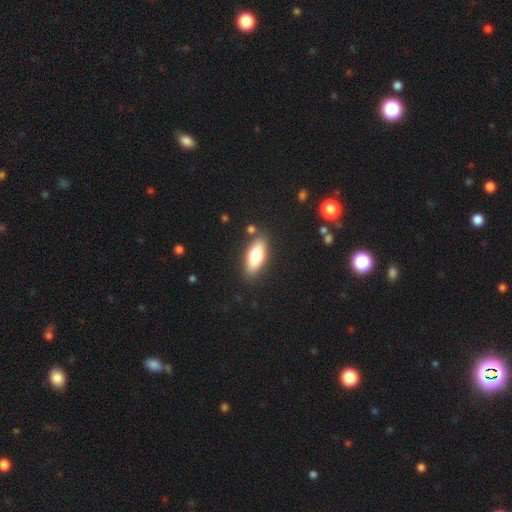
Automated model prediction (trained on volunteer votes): smooth 73%, featured or disk 21%, star or artifact 6%. Down the decision tree: how rounded — in between (73%); merging — none (84%).